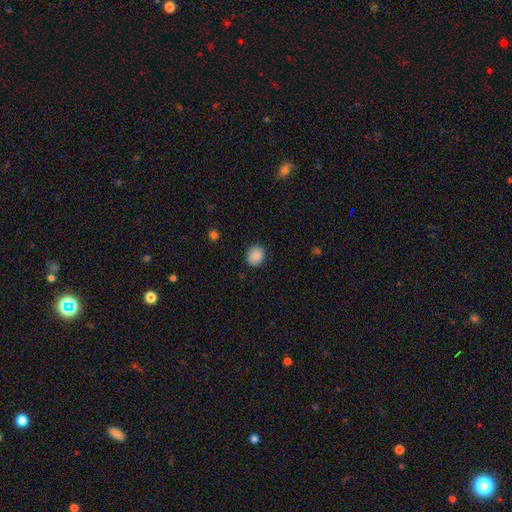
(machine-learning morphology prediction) type=smooth (87%); roundness=round (82%); merging=none (88%).